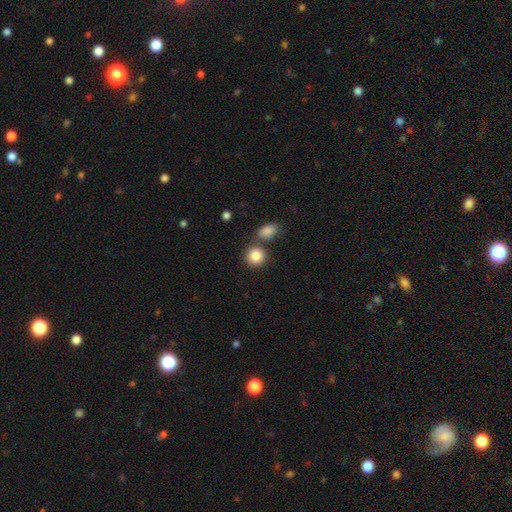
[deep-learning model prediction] This is clearly a smooth galaxy (87%). How rounded: clearly round (84%). Merging: likely none (65%).